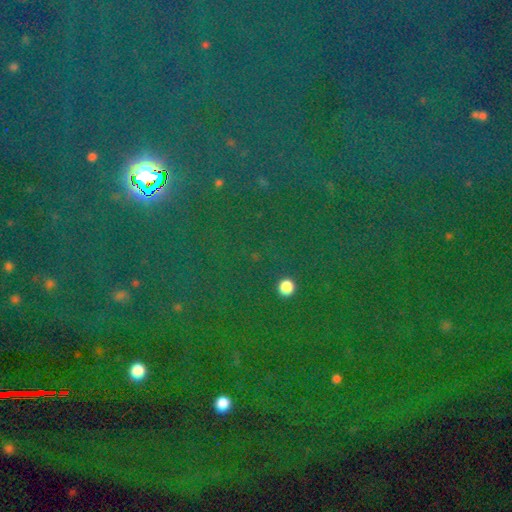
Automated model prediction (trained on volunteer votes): smooth_or_featured: star or artifact (p=0.82) [alt: smooth p=0.11]